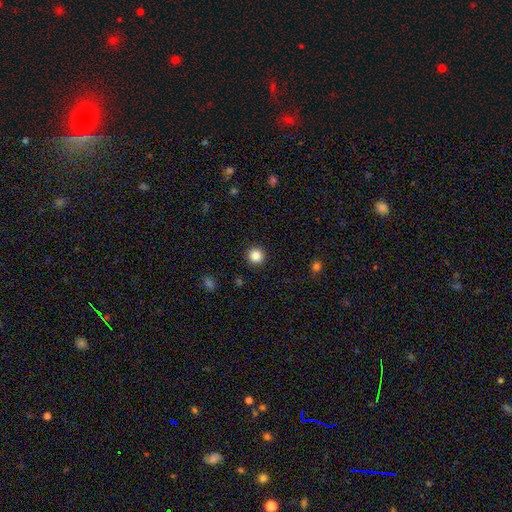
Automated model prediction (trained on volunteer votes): smooth_or_featured: smooth (p=0.85) [alt: star or artifact p=0.11]
how_rounded: round (p=0.95) [alt: in between p=0.04]
merging: none (p=0.93) [alt: minor disturbance p=0.04]